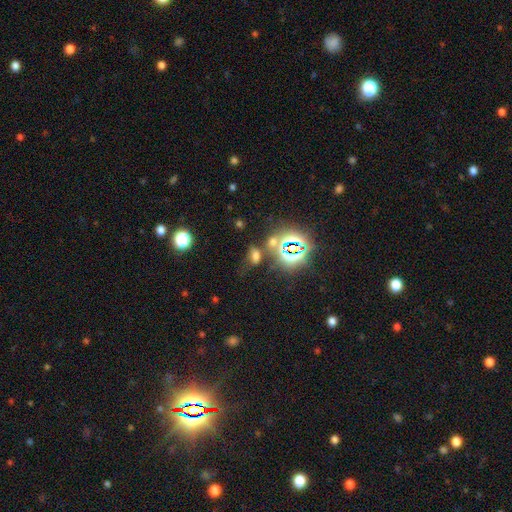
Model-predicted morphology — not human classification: smooth_or_featured: smooth (p=0.48) [alt: star or artifact p=0.41]
merging: none (p=0.55) [alt: minor disturbance p=0.18]